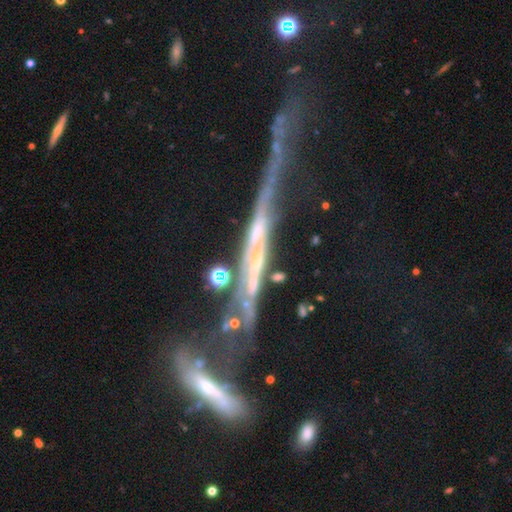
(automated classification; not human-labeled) Q: Smooth or featured?
A: featured or disk (69%); runner-up: star or artifact (17%)
Q: Edge-on disk?
A: yes (79%); runner-up: no (21%)
Q: Edge-on bulge?
A: none (51%); runner-up: rounded (32%)
Q: Merging?
A: major disturbance (29%); runner-up: merger (28%)